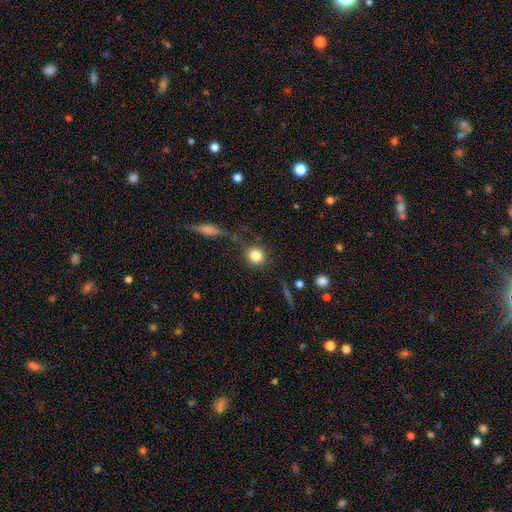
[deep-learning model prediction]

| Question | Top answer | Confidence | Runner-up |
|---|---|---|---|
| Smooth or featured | smooth | 82% | star or artifact (10%) |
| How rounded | round | 91% | in between (7%) |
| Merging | none | 79% | minor disturbance (10%) |